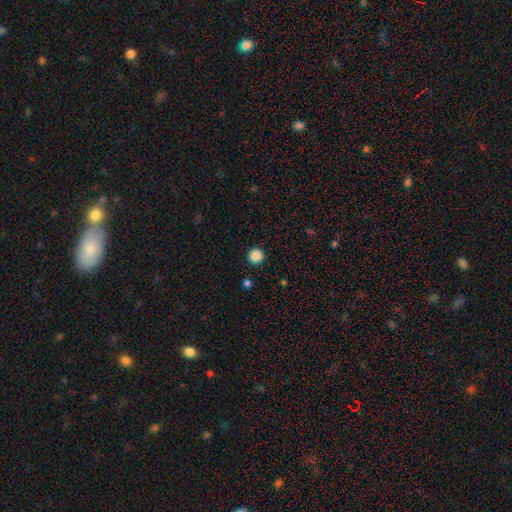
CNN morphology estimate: smooth 87%, star or artifact 10%, featured or disk 3%. Down the decision tree: how rounded — round (96%); merging — none (93%).